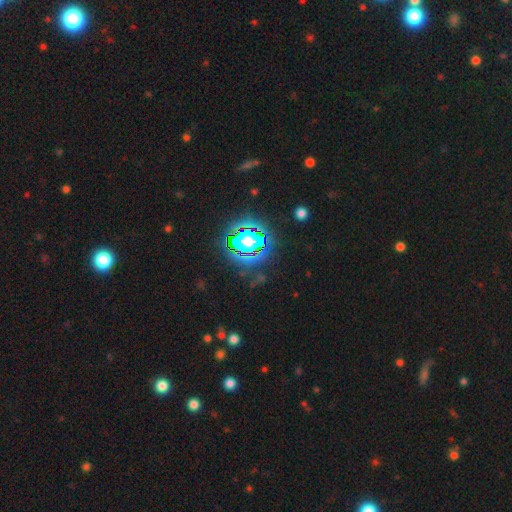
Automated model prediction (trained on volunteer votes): Overall: star or artifact (78%).